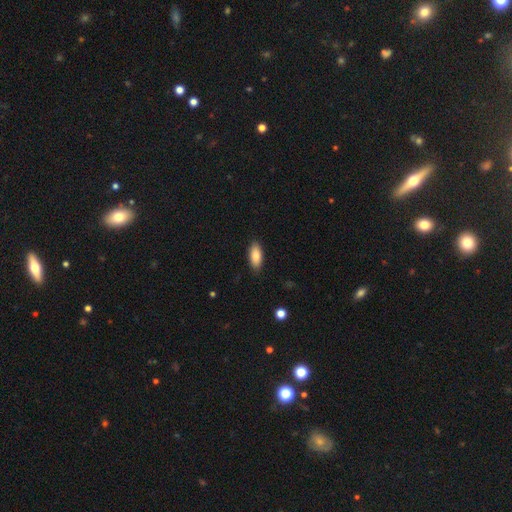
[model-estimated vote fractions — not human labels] Smooth or featured? smooth (86%)
How rounded? in between (84%)
Merging? none (87%)